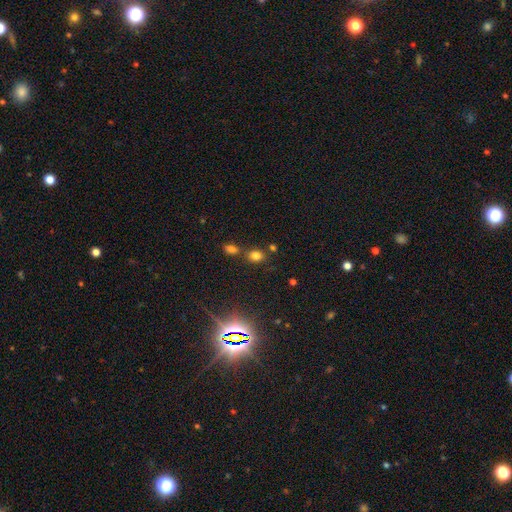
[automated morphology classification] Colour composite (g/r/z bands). It shows a smooth galaxy with no disk features (73%) that is round (52%). Merging: none (67%).